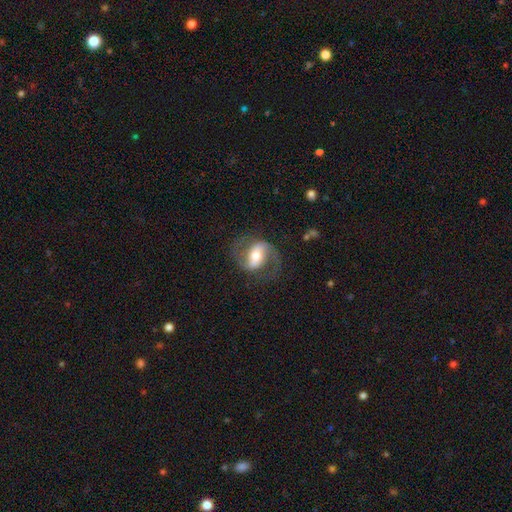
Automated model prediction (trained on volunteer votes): Q: Smooth or featured?
A: featured or disk (83%); runner-up: smooth (12%)
Q: Edge-on disk?
A: no (97%); runner-up: yes (3%)
Q: Bar?
A: strong (46%); runner-up: weak (35%)
Q: Spiral arms?
A: yes (93%); runner-up: no (7%)
Q: Spiral winding?
A: medium (54%); runner-up: loose (30%)
Q: Spiral arm count?
A: 2 (91%); runner-up: can't tell (3%)
Q: Bulge size?
A: moderate (62%); runner-up: small (21%)
Q: Merging?
A: none (75%); runner-up: minor disturbance (13%)